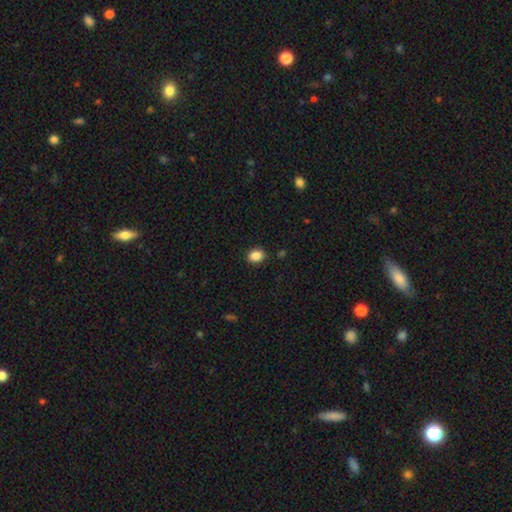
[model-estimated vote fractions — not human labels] Smooth or featured? Predicted: smooth (p=0.88). How rounded? Predicted: in between (p=0.60). Merging? Predicted: none (p=0.89).